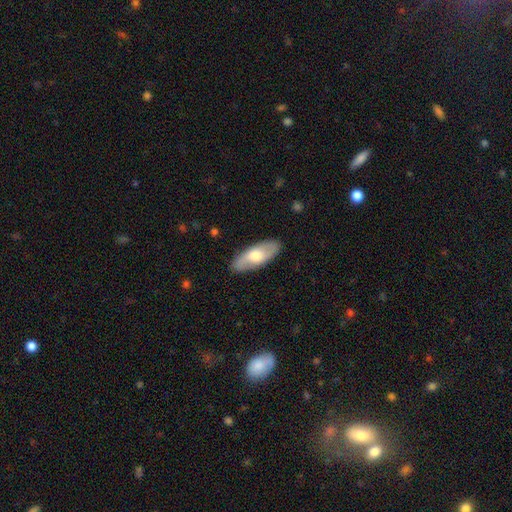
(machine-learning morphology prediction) smooth_or_featured: smooth (p=0.56) [alt: featured or disk p=0.39]
how_rounded: in between (p=0.81) [alt: cigar-shaped p=0.16]
merging: none (p=0.87) [alt: minor disturbance p=0.10]